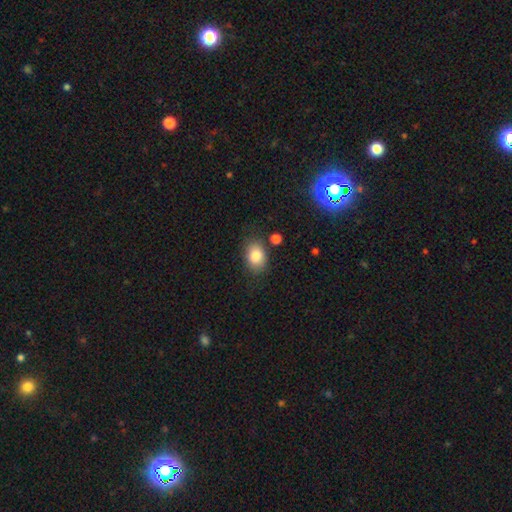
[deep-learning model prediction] smooth-or-featured: smooth: 85% | star or artifact: 8% | featured or disk: 7%
  how-rounded: in between: 73% | round: 26% | cigar-shaped: 1%
  merging: none: 77% | minor disturbance: 15% | merger: 4% | major disturbance: 4%